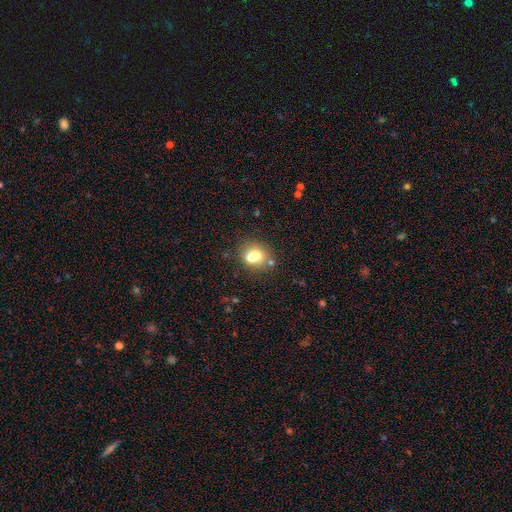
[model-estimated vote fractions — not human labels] A smooth galaxy with no disk features (66%) that is round (74%). Merging: none (47%).